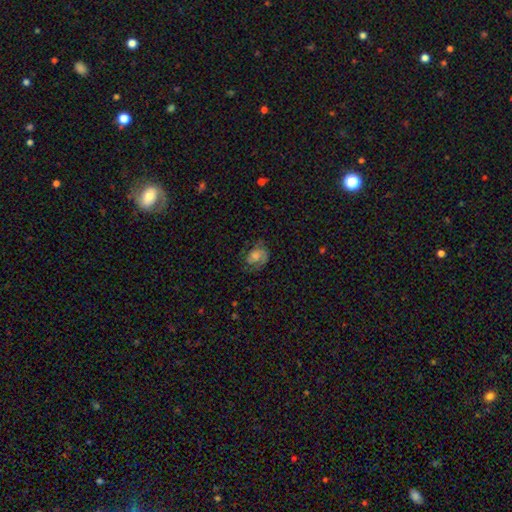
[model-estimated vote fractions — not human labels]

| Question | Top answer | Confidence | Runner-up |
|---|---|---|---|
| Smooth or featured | featured or disk | 60% | smooth (28%) |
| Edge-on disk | no | 97% | yes (3%) |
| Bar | no | 68% | weak (27%) |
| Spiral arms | yes | 87% | no (13%) |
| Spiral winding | medium | 42% | tied: tight (42%) |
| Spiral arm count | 2 | 62% | can't tell (17%) |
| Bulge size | moderate | 50% | small (31%) |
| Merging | none | 65% | minor disturbance (21%) |